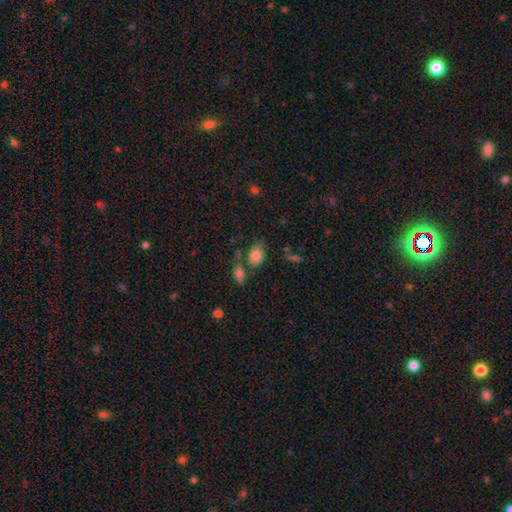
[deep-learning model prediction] smooth-or-featured: smooth: 82% | featured or disk: 9% | star or artifact: 8%
  how-rounded: in between: 81% | round: 17% | cigar-shaped: 2%
  merging: none: 58% | minor disturbance: 20% | merger: 16% | major disturbance: 6%